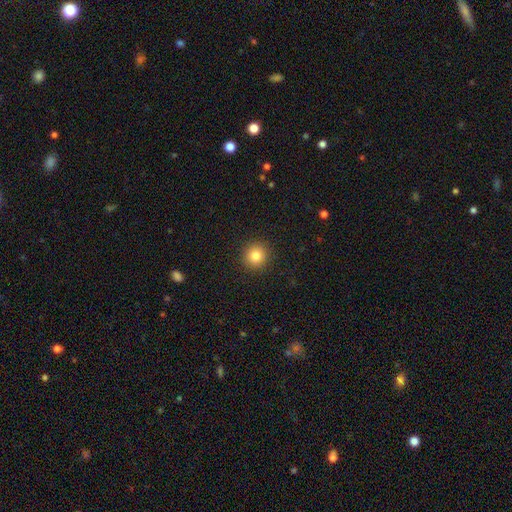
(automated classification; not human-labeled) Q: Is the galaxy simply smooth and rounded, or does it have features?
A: smooth — 83%.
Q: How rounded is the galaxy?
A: round — 94%.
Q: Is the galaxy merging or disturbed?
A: none — 92%.